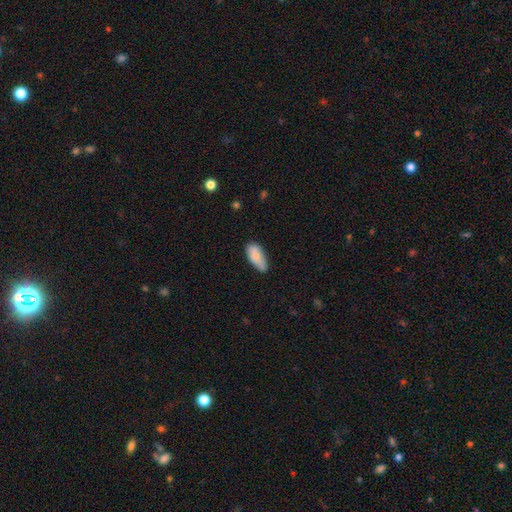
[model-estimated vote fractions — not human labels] A smooth galaxy with no disk features (80%) that is in between round and cigar-shaped (89%). Merging: none (57%).